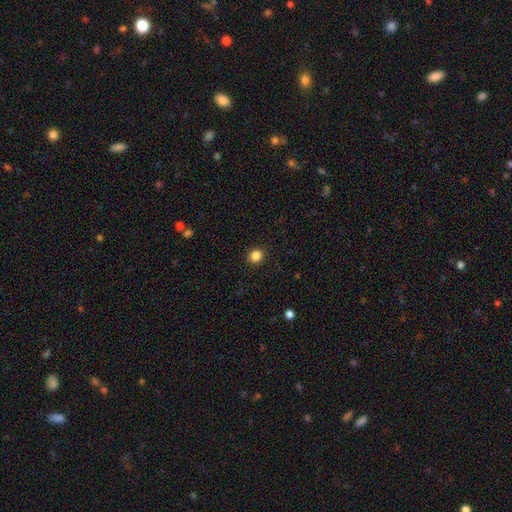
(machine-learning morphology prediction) Smooth or featured? smooth (85%)
How rounded? round (85%)
Merging? none (92%)